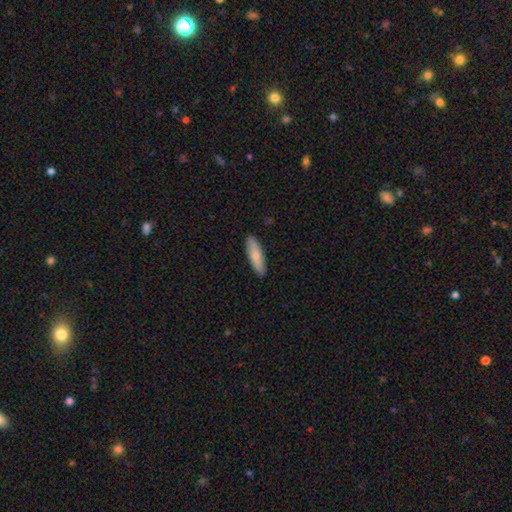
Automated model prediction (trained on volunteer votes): This is likely a smooth galaxy (78%). How rounded: possibly cigar-shaped (59%). Merging: clearly none (89%).